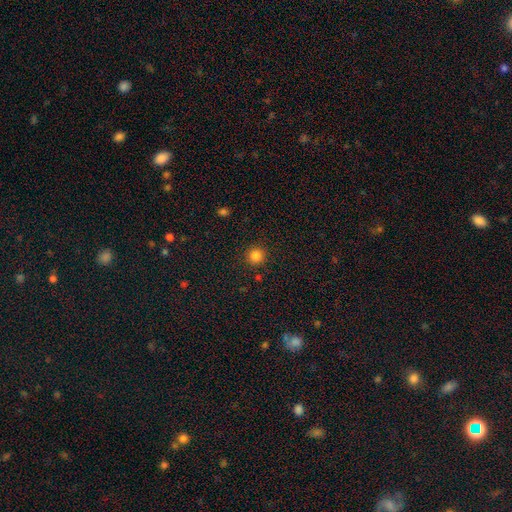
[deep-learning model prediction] Morphology: type=smooth (84%); roundness=round (94%); merging=none (90%).